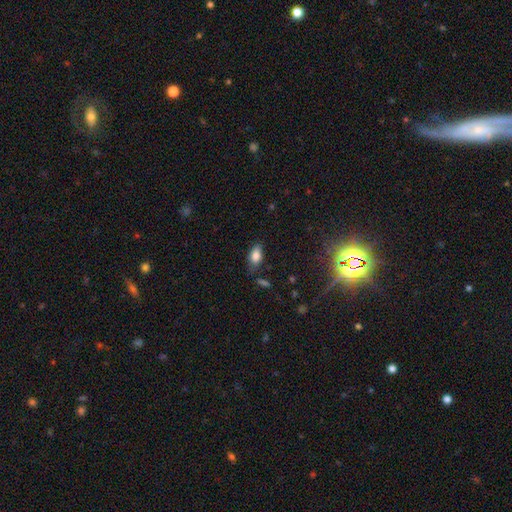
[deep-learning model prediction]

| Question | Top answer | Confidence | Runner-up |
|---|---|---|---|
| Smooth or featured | smooth | 82% | featured or disk (10%) |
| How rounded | in between | 89% | cigar-shaped (6%) |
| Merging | none | 70% | minor disturbance (22%) |